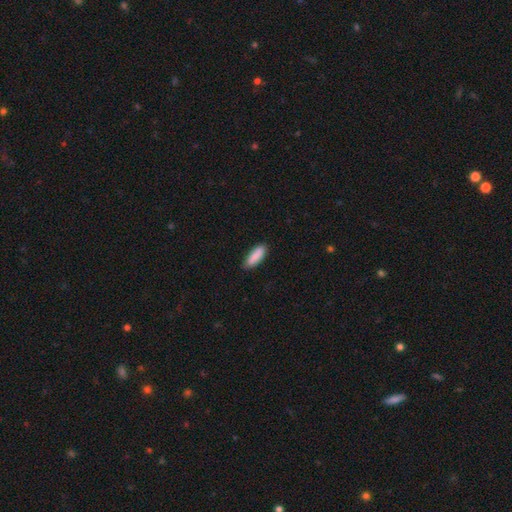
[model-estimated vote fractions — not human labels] Smooth or featured? Predicted: smooth (p=0.89). How rounded? Predicted: in between (p=0.56). Merging? Predicted: none (p=0.85).